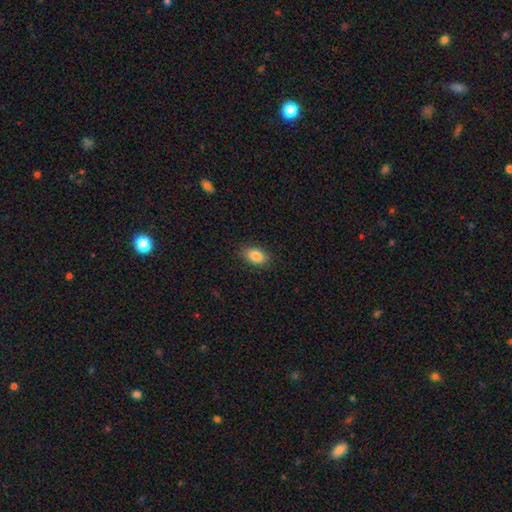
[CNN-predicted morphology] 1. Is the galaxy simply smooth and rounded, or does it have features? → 87% smooth, 8% star or artifact, 5% featured or disk.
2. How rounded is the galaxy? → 89% in between, 9% round, 2% cigar-shaped.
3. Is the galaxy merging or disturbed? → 85% none, 11% minor disturbance, 3% major disturbance, 1% merger.